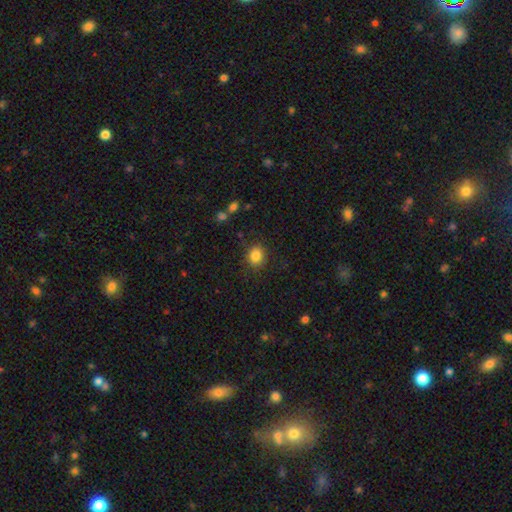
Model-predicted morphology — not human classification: smooth 85%, star or artifact 10%, featured or disk 5%. Down the decision tree: how rounded — round (63%); merging — none (85%).